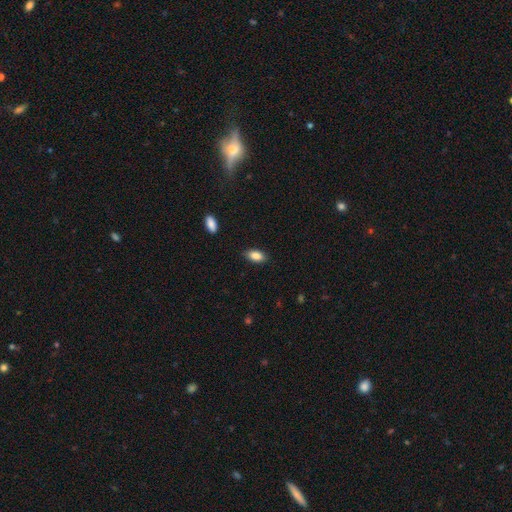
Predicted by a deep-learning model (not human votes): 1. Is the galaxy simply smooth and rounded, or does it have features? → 86% smooth, 8% star or artifact, 6% featured or disk.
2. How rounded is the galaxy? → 90% in between, 5% cigar-shaped, 4% round.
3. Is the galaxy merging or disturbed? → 84% none, 12% minor disturbance, 2% major disturbance, 1% merger.